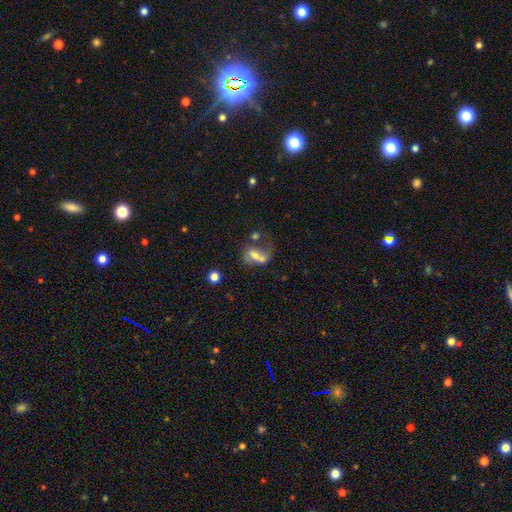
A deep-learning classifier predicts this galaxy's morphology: smooth-or-featured: smooth: 47% | featured or disk: 40% | star or artifact: 13%
  merging: merger: 31% | none: 27% | major disturbance: 25% | minor disturbance: 16%